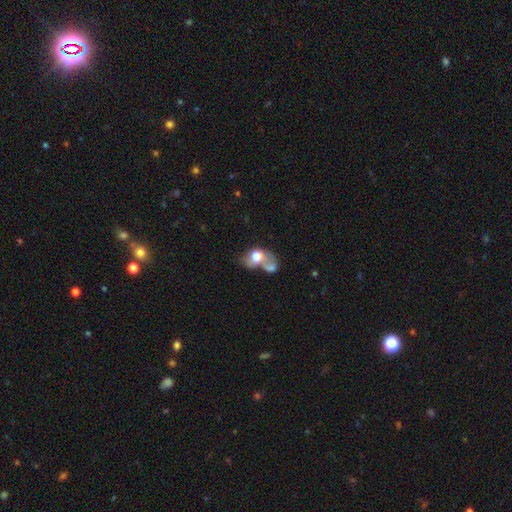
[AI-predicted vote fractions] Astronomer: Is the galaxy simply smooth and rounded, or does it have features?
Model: smooth — 63%.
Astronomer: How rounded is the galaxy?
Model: in between — 67%.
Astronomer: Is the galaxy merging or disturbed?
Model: merger — 65%.